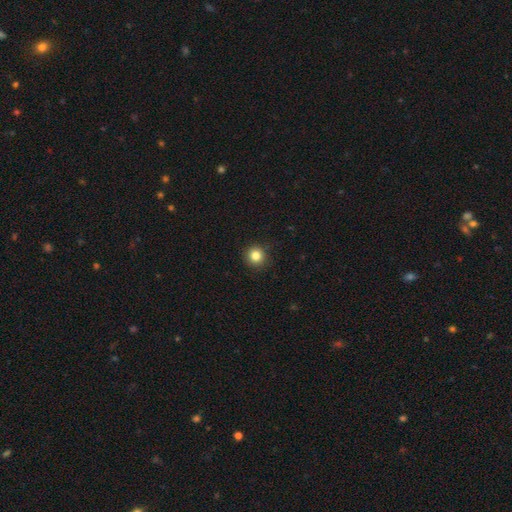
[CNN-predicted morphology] Smooth or featured?
  - smooth: 84% *
  - star or artifact: 11%
  - featured or disk: 5%
How rounded?
  - round: 94% *
  - in between: 5%
  - cigar-shaped: 1%
Merging?
  - none: 92% *
  - minor disturbance: 6%
  - major disturbance: 2%
  - merger: 1%